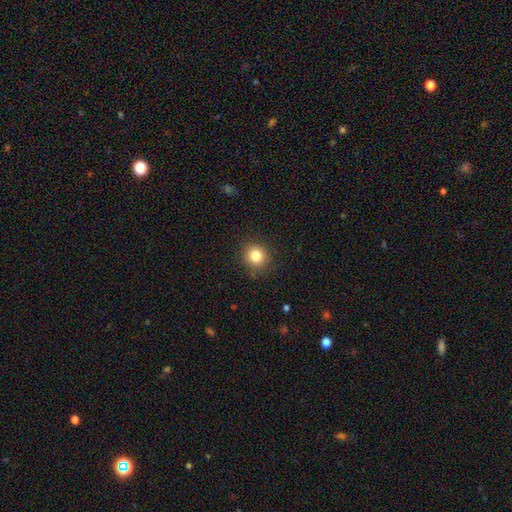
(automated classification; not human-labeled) Smooth or featured? smooth (82%)
How rounded? round (87%)
Merging? none (88%)